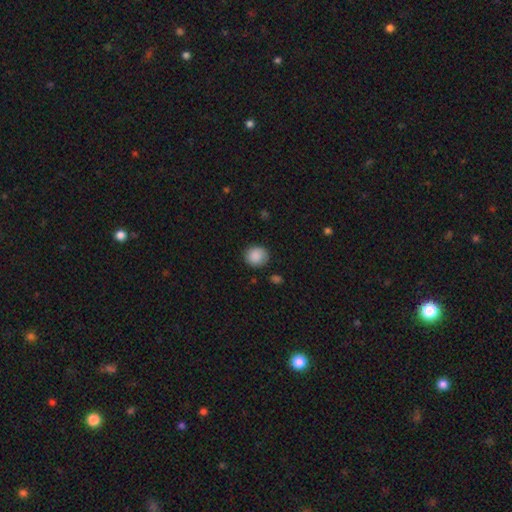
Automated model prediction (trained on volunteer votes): Smooth or featured?
  - smooth: 88% *
  - star or artifact: 8%
  - featured or disk: 4%
How rounded?
  - round: 83% *
  - in between: 16%
  - cigar-shaped: 1%
Merging?
  - none: 84% *
  - minor disturbance: 11%
  - major disturbance: 3%
  - merger: 2%